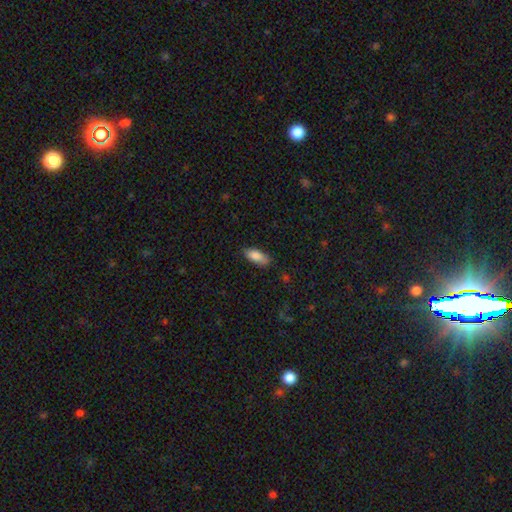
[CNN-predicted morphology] Q: Smooth or featured?
A: smooth (86%); runner-up: featured or disk (7%)
Q: How rounded?
A: in between (82%); runner-up: cigar-shaped (16%)
Q: Merging?
A: none (77%); runner-up: minor disturbance (18%)